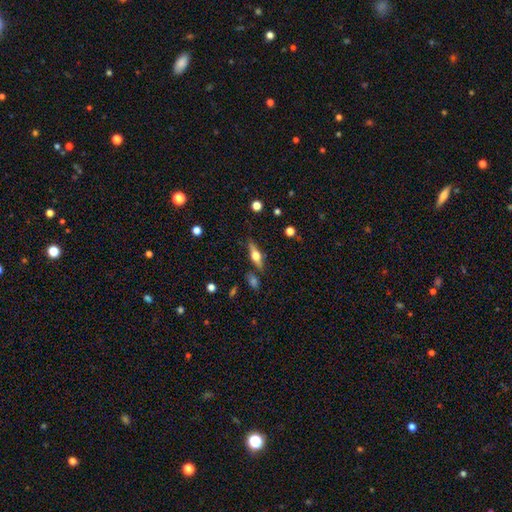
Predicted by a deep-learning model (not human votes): Morphology: type=featured or disk (62%); edge-on=yes (95%); edge-on bulge=rounded (93%); merging=none (80%).